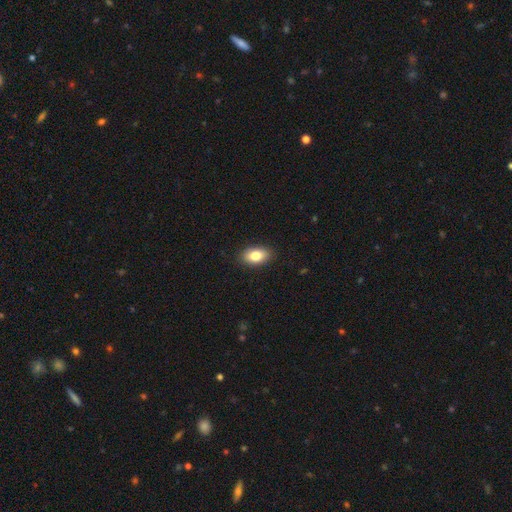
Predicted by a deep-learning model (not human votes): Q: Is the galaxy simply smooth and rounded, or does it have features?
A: smooth — 81%.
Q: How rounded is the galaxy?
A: in between — 90%.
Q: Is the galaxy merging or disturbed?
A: none — 89%.